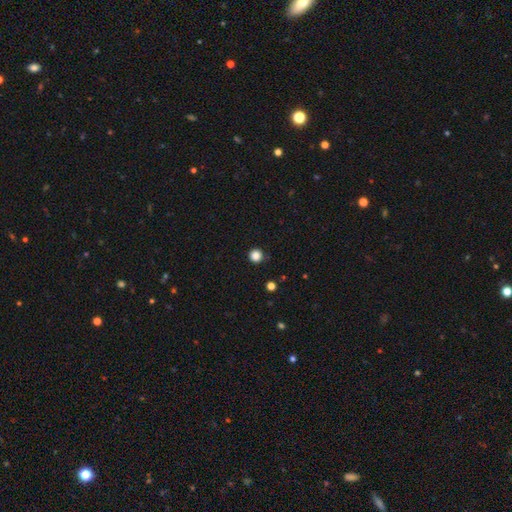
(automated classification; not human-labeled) A smooth galaxy with no disk features (86%) that is round (96%). Merging: none (92%).